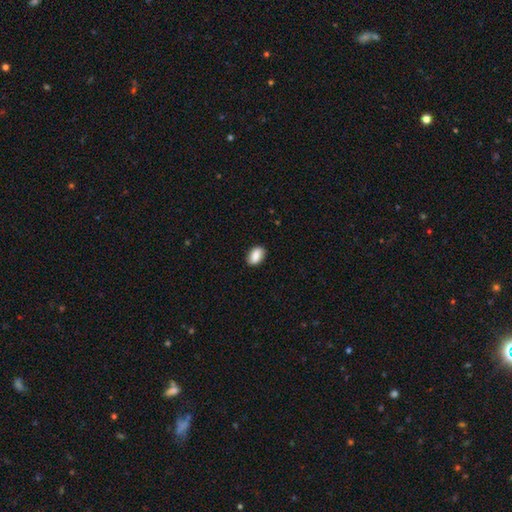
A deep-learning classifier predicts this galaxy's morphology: Smooth or featured: smooth — 86% (featured or disk — 7%)
How rounded: in between — 88% (round — 10%)
Merging: none — 87% (minor disturbance — 10%)